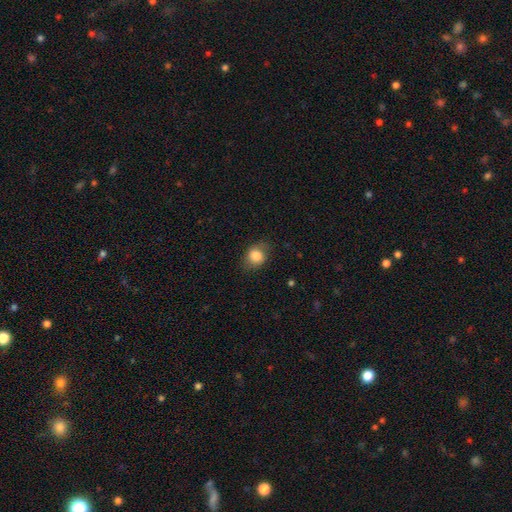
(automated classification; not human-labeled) A smooth galaxy with no disk features (82%) that is round (57%).

Vote fractions:
- Smooth or featured? smooth: 82% / star or artifact: 9% / featured or disk: 9%
- How rounded? round: 57% / in between: 42% / cigar-shaped: 1%
- Merging? none: 72% / minor disturbance: 21% / major disturbance: 6% / merger: 1%